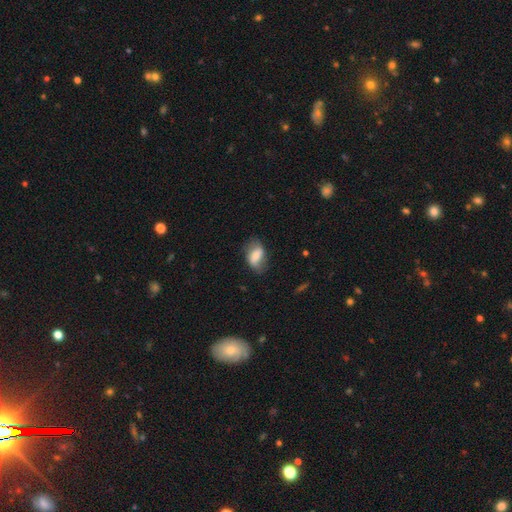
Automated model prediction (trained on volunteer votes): Q: Smooth or featured?
A: smooth (59%); runner-up: featured or disk (32%)
Q: How rounded?
A: in between (87%); runner-up: round (10%)
Q: Merging?
A: none (61%); runner-up: minor disturbance (27%)